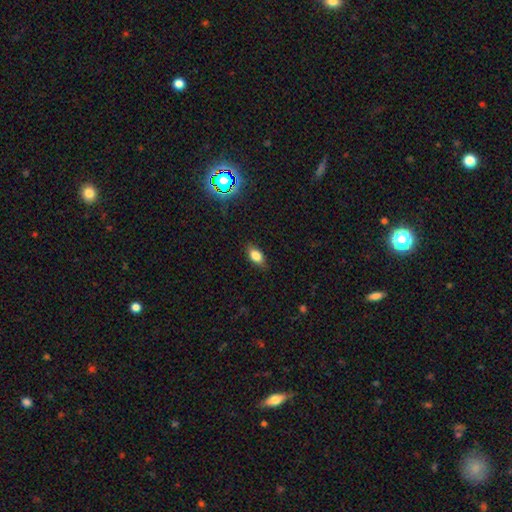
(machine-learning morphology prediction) This appears to be a smooth galaxy with no disk features (80%) that is in between round and cigar-shaped (85%). Merging: none (83%).